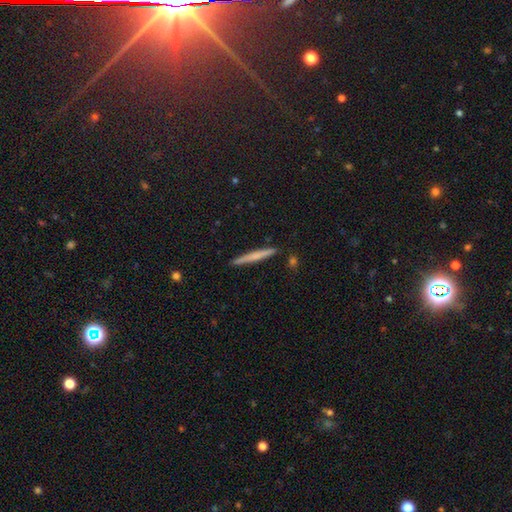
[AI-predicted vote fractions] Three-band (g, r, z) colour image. It shows a smooth galaxy with no disk features (56%) that is cigar-shaped (96%). Merging: none (90%).